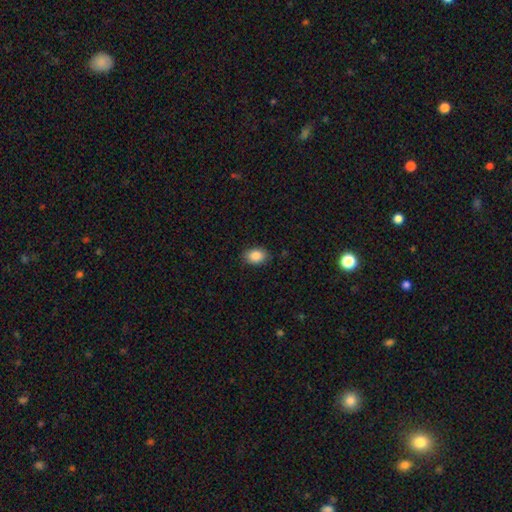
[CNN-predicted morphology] smooth 88%, star or artifact 8%, featured or disk 4%. Down the decision tree: how rounded — in between (75%); merging — none (86%).